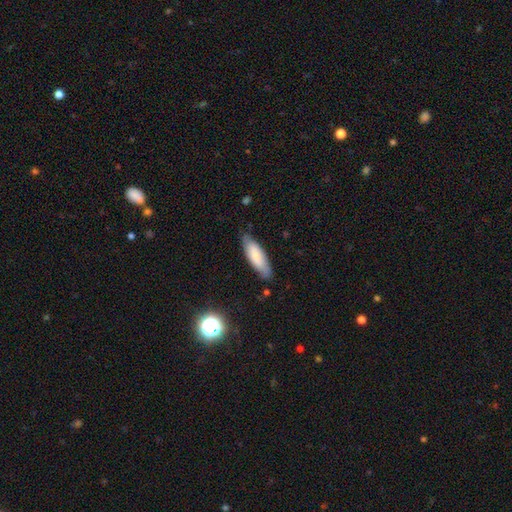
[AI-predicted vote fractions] Smooth or featured? Predicted: smooth (p=0.73). How rounded? Predicted: in between (p=0.55). Merging? Predicted: none (p=0.77).